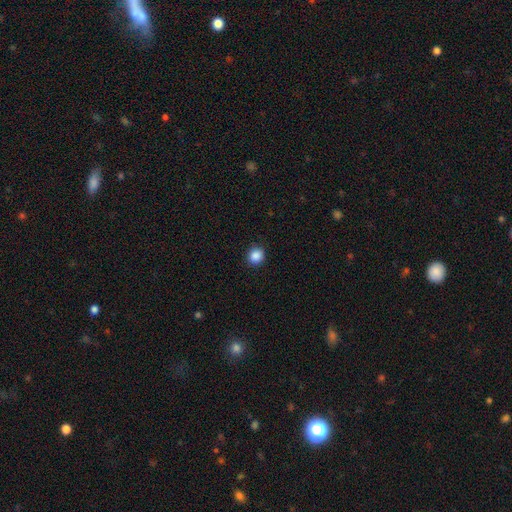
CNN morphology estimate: Smooth or featured: smooth — 88% (star or artifact — 10%)
How rounded: round — 87% (in between — 12%)
Merging: none — 91% (minor disturbance — 7%)